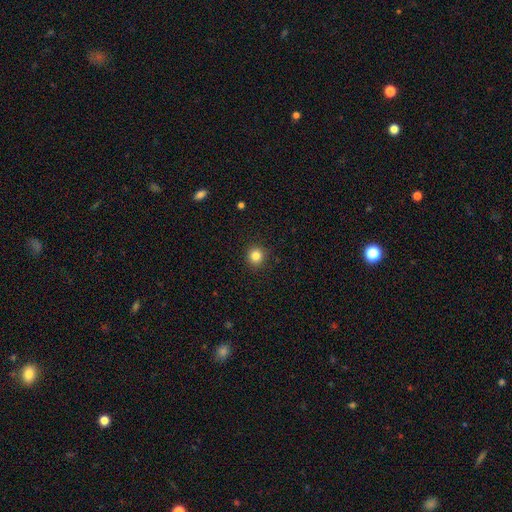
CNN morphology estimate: A smooth galaxy with no disk features (83%) that is round (92%). Merging: none (91%).